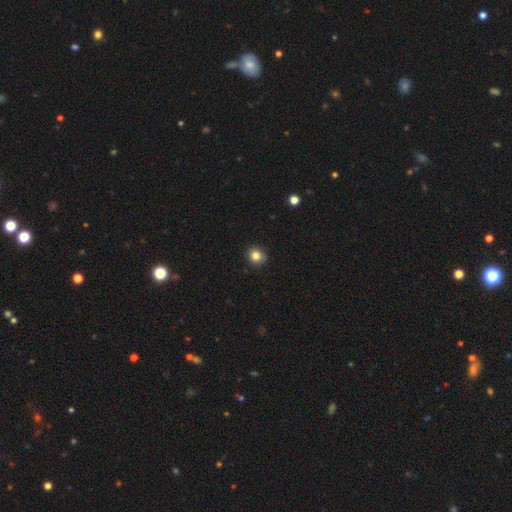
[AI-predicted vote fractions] This is clearly a smooth galaxy (83%). How rounded: clearly round (81%). Merging: clearly none (90%).